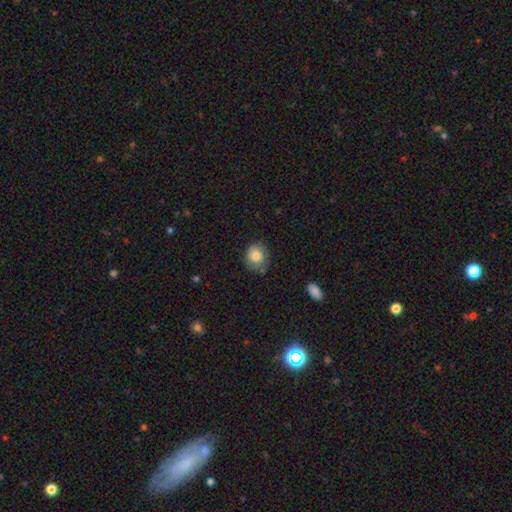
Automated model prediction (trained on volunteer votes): Smooth or featured? Predicted: smooth (p=0.79). How rounded? Predicted: round (p=0.77). Merging? Predicted: none (p=0.70).